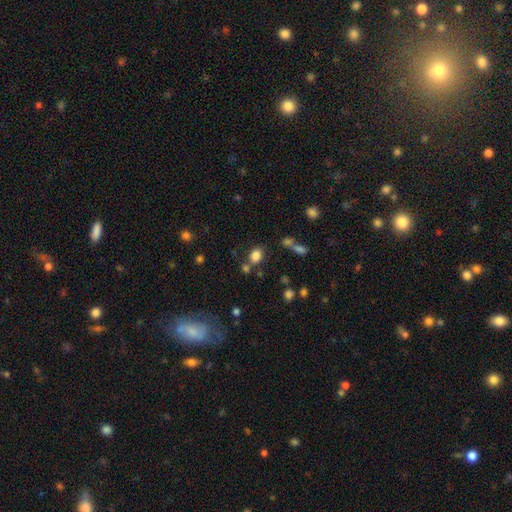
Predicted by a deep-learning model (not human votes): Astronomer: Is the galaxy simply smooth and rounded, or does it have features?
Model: smooth — 82%.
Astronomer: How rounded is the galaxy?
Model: in between — 59% (runner-up: round, 40%).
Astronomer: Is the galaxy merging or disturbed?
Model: none — 68%.